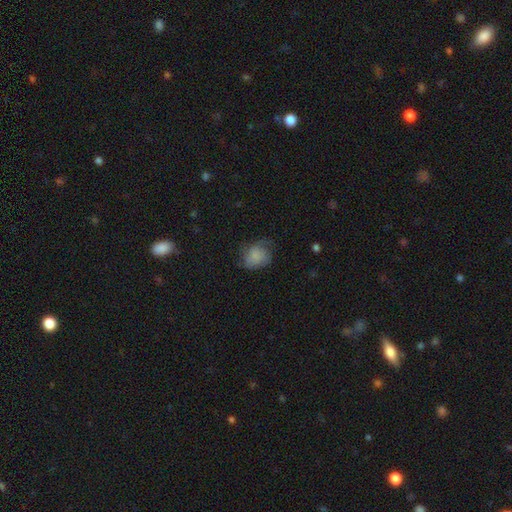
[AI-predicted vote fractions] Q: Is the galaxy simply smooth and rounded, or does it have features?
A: smooth — 70%.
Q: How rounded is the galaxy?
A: round — 56%.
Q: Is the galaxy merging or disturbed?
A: none — 48%.